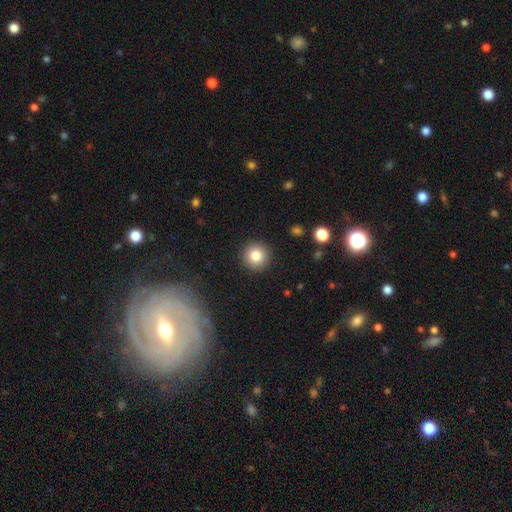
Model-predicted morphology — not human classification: Smooth or featured? Predicted: smooth (p=0.82). How rounded? Predicted: round (p=0.95). Merging? Predicted: none (p=0.91).